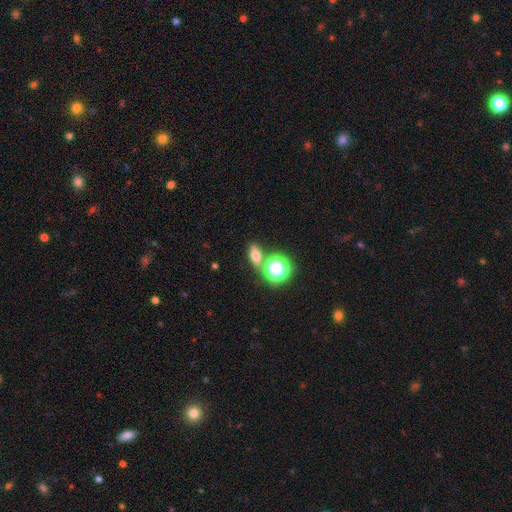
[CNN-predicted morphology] Smooth or featured?
  - smooth: 60% *
  - star or artifact: 22%
  - featured or disk: 18%
How rounded?
  - in between: 59% *
  - round: 27%
  - cigar-shaped: 14%
Merging?
  - none: 75% *
  - merger: 12%
  - minor disturbance: 10%
  - major disturbance: 3%